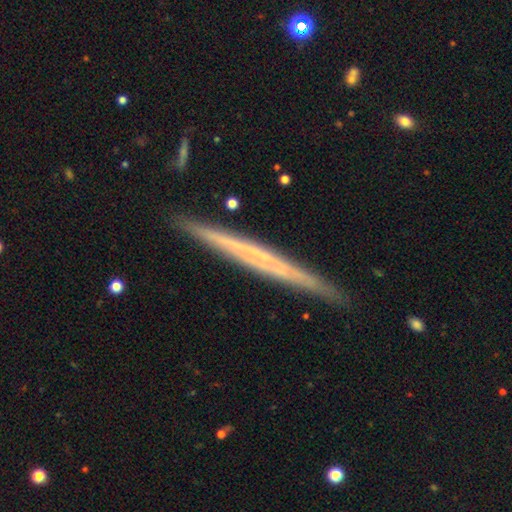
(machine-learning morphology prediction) Smooth or featured? featured or disk (61%)
Edge-on disk? yes (97%)
Edge-on bulge? none (85%)
Merging? none (90%)